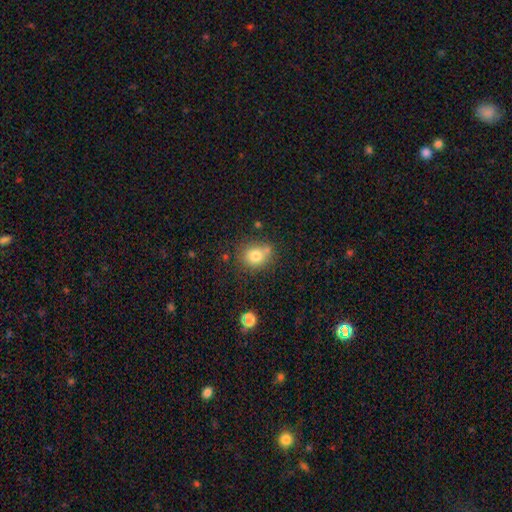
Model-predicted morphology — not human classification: Smooth or featured?
  - smooth: 77% *
  - star or artifact: 12%
  - featured or disk: 11%
How rounded?
  - round: 63% *
  - in between: 36%
  - cigar-shaped: 1%
Merging?
  - none: 62% *
  - minor disturbance: 17%
  - merger: 16%
  - major disturbance: 5%